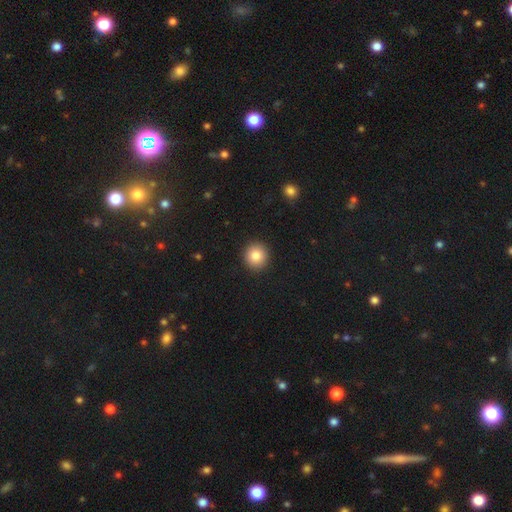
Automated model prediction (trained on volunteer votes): This is clearly a smooth galaxy (84%). How rounded: clearly round (92%). Merging: clearly none (92%).